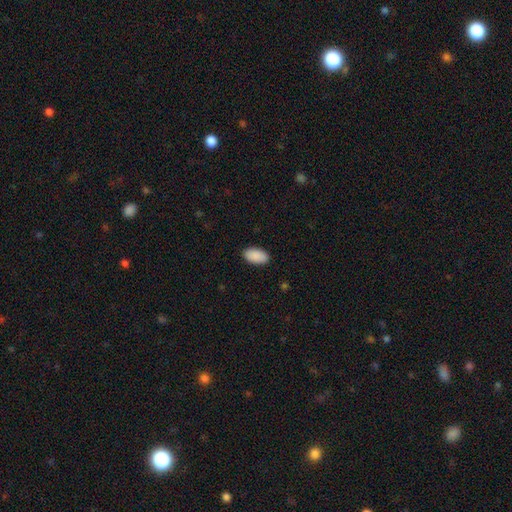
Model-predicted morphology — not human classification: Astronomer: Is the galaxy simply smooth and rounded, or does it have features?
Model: smooth — 91%.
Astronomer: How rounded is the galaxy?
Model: in between — 95%.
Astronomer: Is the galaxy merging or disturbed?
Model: none — 89%.